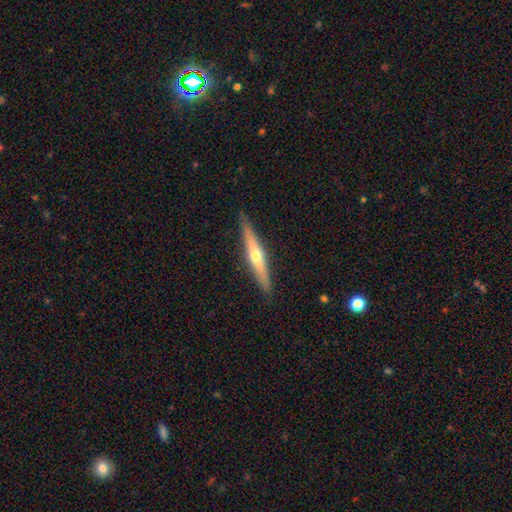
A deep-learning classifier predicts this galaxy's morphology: A featured or disk galaxy (65%) viewed edge-on (96%) with a rounded central bulge (87%).

Vote fractions:
- Smooth or featured? featured or disk: 65% / smooth: 30% / star or artifact: 5%
- Edge-on disk? yes: 96% / no: 4%
- Edge-on bulge? rounded: 87% / none: 10% / boxy: 3%
- Merging? none: 90% / minor disturbance: 7% / major disturbance: 1% / merger: 1%